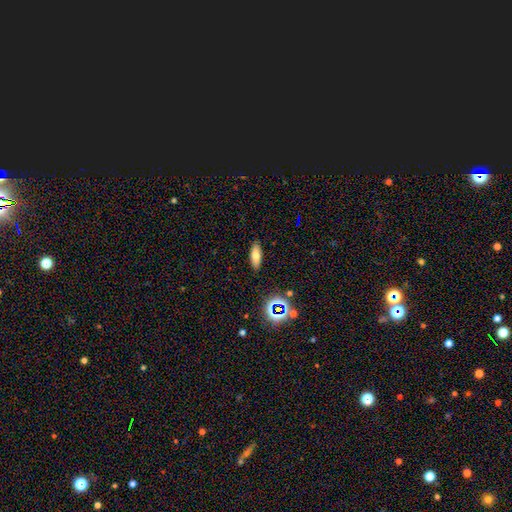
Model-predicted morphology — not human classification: This is likely a smooth galaxy (70%). How rounded: likely in between (66%). Merging: clearly none (88%).